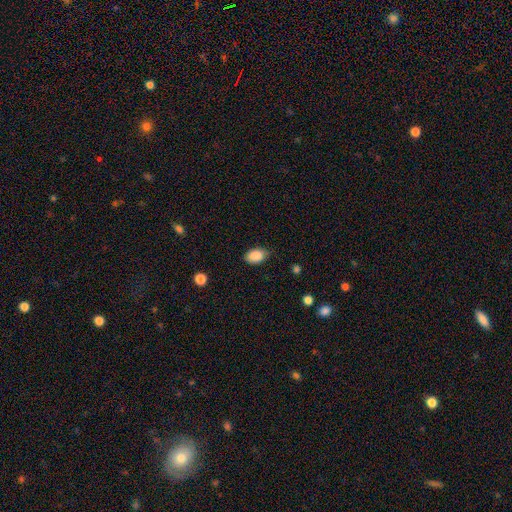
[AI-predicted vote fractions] Smooth or featured: smooth — 88% (star or artifact — 7%)
How rounded: in between — 88% (round — 10%)
Merging: none — 73% (minor disturbance — 22%)